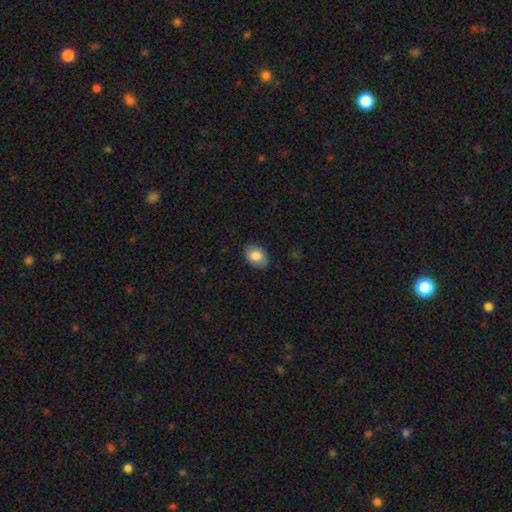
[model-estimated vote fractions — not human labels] Overall: smooth (81%). How rounded: in between (75%). Merging: none (82%).